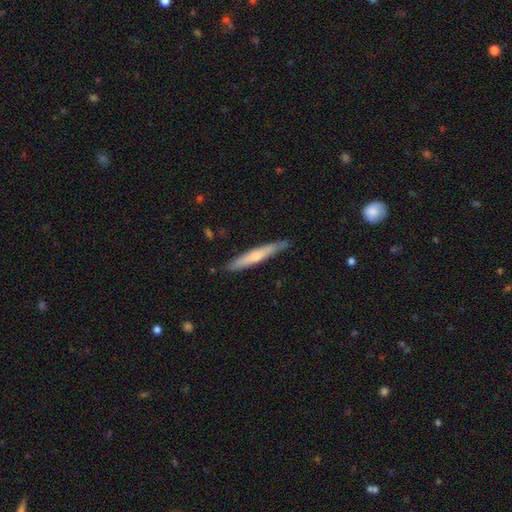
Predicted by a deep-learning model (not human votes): Smooth or featured: featured or disk — 48% (smooth — 47%)
Merging: none — 86% (minor disturbance — 11%)